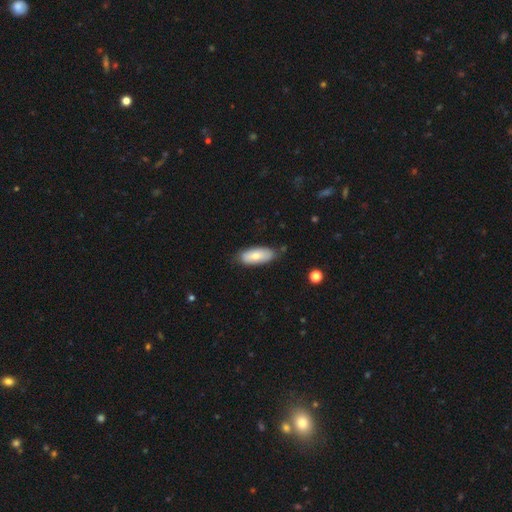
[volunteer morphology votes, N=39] A smooth galaxy with no disk features (79%) that is in between round and cigar-shaped (87%).

Vote fractions:
- Smooth or featured? smooth: 79% / featured or disk: 18% / star or artifact: 3%
- How rounded? in between: 87% / round: 6% / cigar-shaped: 6%
- Merging? none: 74% / minor disturbance: 26% / major disturbance: 0% / merger: 0%